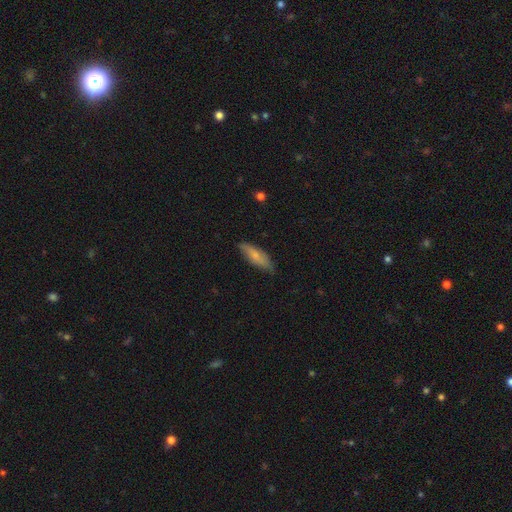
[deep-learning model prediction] Overall: smooth (72%). How rounded: in between (53%; cigar-shaped 45%). Merging: none (75%).